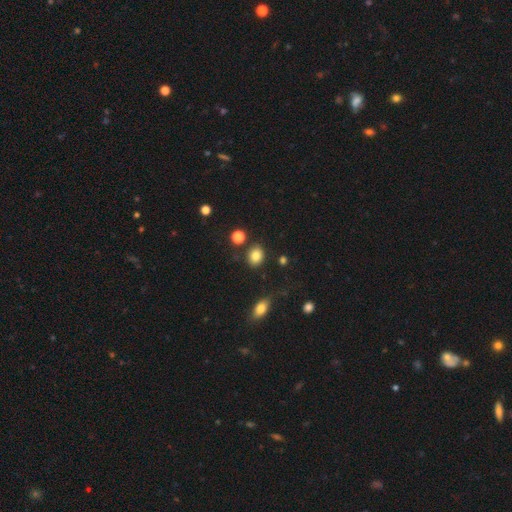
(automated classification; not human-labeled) Smooth or featured? Predicted: smooth (p=0.83). How rounded? Predicted: round (p=0.54). Merging? Predicted: none (p=0.82).